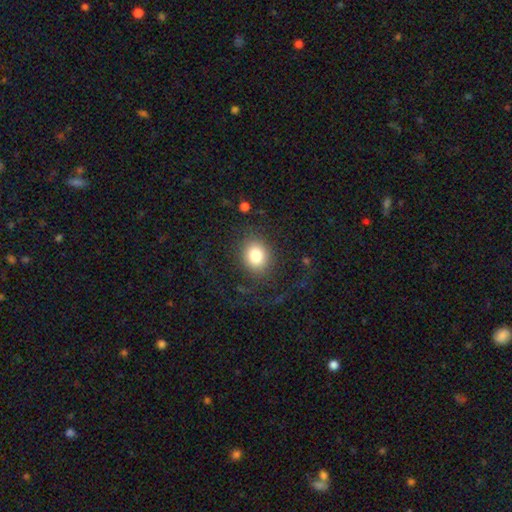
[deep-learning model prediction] Smooth or featured?
  - smooth: 81% *
  - star or artifact: 9%
  - featured or disk: 9%
How rounded?
  - round: 60% *
  - in between: 39%
  - cigar-shaped: 1%
Merging?
  - none: 78% *
  - minor disturbance: 11%
  - major disturbance: 10%
  - merger: 1%